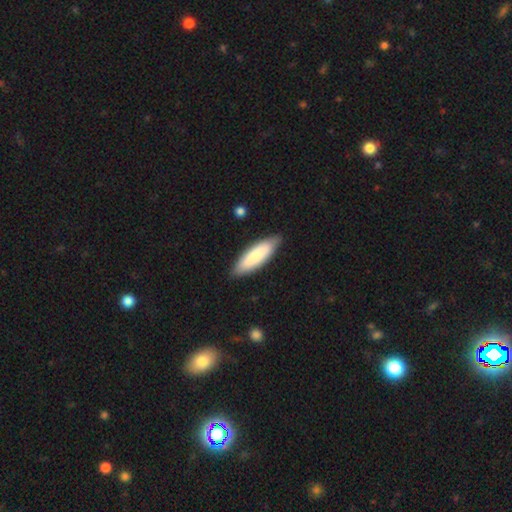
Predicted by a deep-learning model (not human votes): This is clearly a smooth galaxy (83%). How rounded: possibly in between (51%). Merging: clearly none (84%).